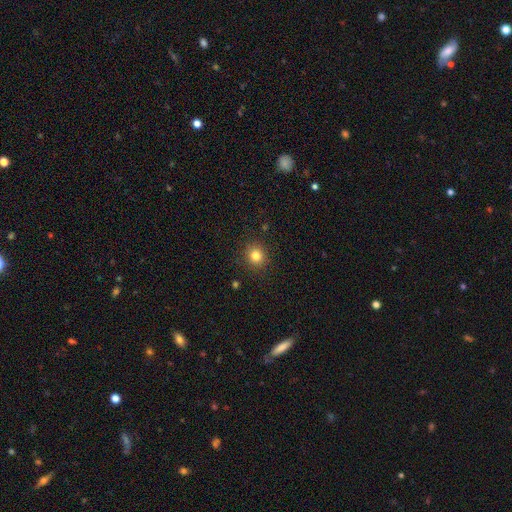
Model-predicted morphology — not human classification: Smooth or featured? smooth (82%)
How rounded? round (86%)
Merging? none (89%)